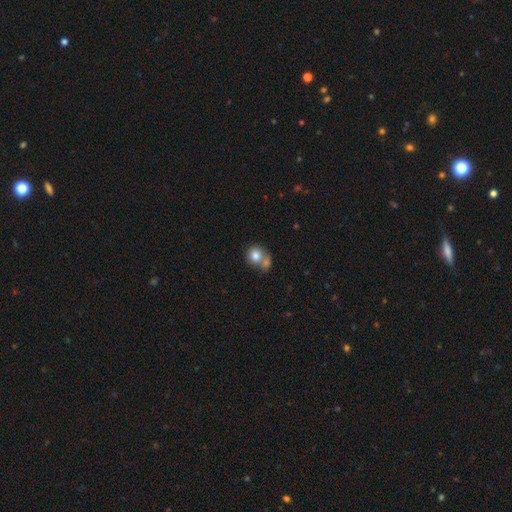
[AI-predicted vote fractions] Smooth or featured: smooth — 79% (featured or disk — 13%)
How rounded: round — 79% (in between — 20%)
Merging: merger — 50% (none — 34%)